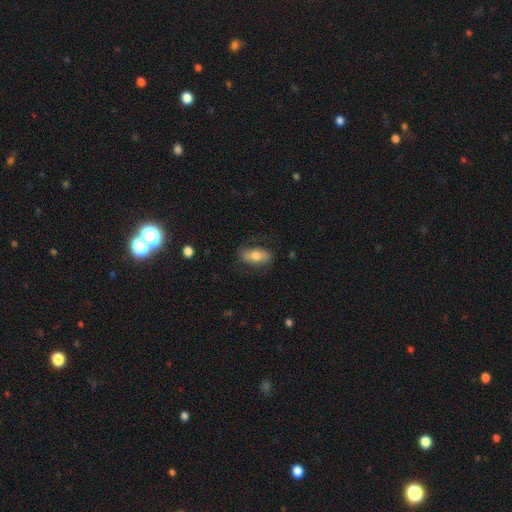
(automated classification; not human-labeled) A smooth galaxy with no disk features (61%) that is in between round and cigar-shaped (87%). Merging: none (72%).